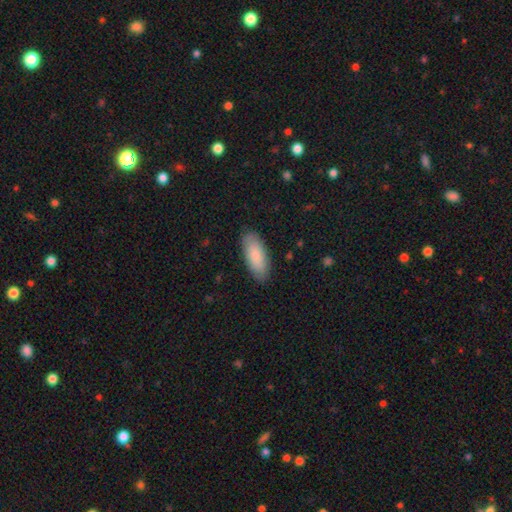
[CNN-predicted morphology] A smooth galaxy with no disk features (87%) that is in between round and cigar-shaped (80%).

Vote fractions:
- Smooth or featured? smooth: 87% / featured or disk: 8% / star or artifact: 5%
- How rounded? in between: 80% / cigar-shaped: 18% / round: 2%
- Merging? none: 87% / minor disturbance: 10% / major disturbance: 2% / merger: 1%